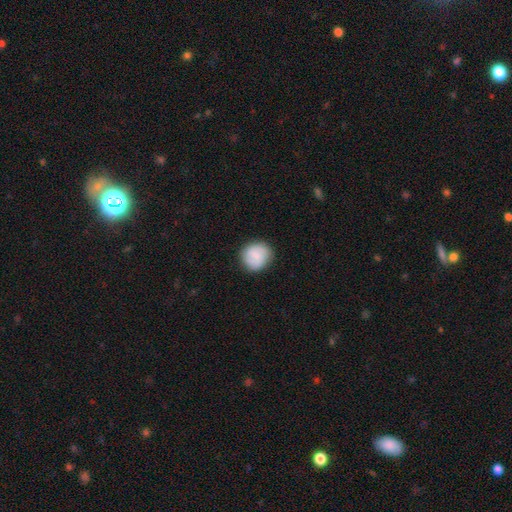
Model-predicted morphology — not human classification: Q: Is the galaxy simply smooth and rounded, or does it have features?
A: smooth — 78%.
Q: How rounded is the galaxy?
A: round — 88%.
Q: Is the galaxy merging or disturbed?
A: none — 85%.